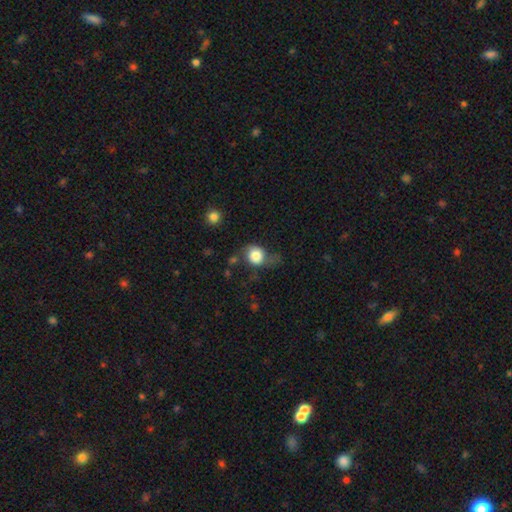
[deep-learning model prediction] Overall: smooth (79%). How rounded: round (69%; in between 30%). Merging: none (40%; minor disturbance 30%).